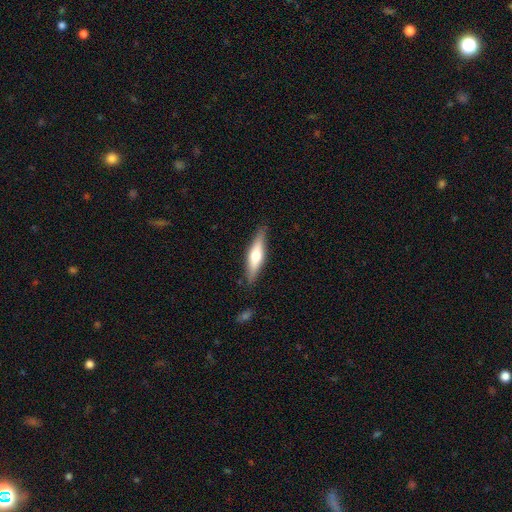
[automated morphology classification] smooth-or-featured: smooth: 48% | featured or disk: 47% | star or artifact: 6%
  merging: none: 86% | minor disturbance: 10% | major disturbance: 2% | merger: 1%